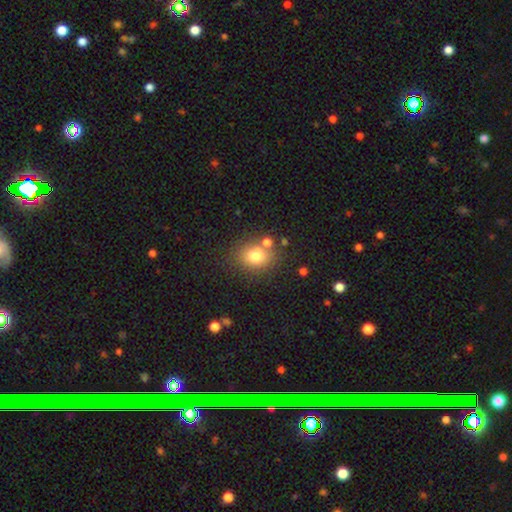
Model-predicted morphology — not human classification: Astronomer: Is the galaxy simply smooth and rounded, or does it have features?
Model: smooth — 76%.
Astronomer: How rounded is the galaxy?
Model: round — 58% (runner-up: in between, 41%).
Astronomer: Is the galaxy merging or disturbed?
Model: none — 69%.